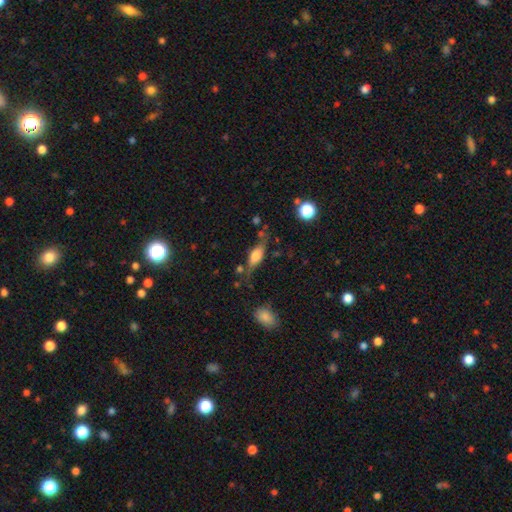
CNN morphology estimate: Smooth or featured? Predicted: smooth (p=0.55). How rounded? Predicted: in between (p=0.70). Merging? Predicted: none (p=0.57).